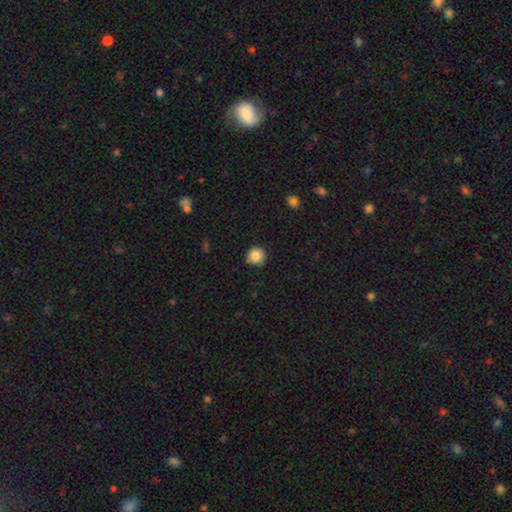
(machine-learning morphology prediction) smooth-or-featured: smooth: 86% | star or artifact: 10% | featured or disk: 4%
  how-rounded: round: 93% | in between: 7% | cigar-shaped: 1%
  merging: none: 84% | minor disturbance: 13% | major disturbance: 2% | merger: 1%